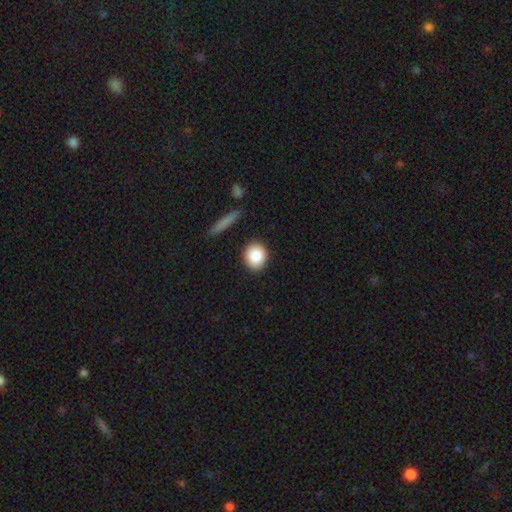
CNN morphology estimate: smooth-or-featured: smooth: 87% | star or artifact: 7% | featured or disk: 6%
  how-rounded: round: 67% | in between: 31% | cigar-shaped: 2%
  merging: none: 88% | minor disturbance: 8% | merger: 2% | major disturbance: 2%